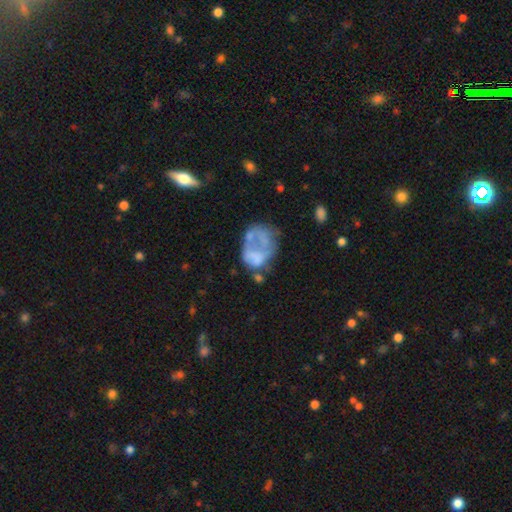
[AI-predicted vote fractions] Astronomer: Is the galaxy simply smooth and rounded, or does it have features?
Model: featured or disk — 48% (runner-up: smooth, 41%).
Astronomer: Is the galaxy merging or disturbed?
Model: major disturbance — 38% (runner-up: none, 25%).